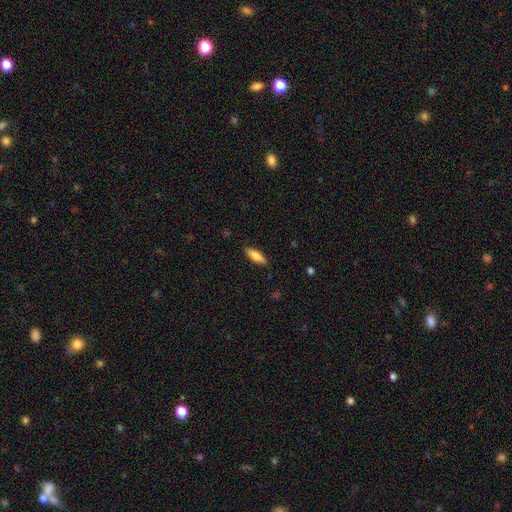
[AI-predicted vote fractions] smooth_or_featured: smooth (p=0.69) [alt: featured or disk p=0.24]
how_rounded: in between (p=0.52) [alt: cigar-shaped p=0.46]
merging: none (p=0.87) [alt: minor disturbance p=0.10]